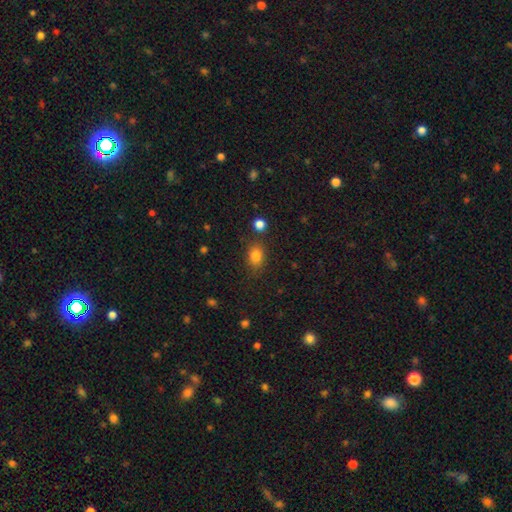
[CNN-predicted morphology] A smooth galaxy with no disk features (83%) that is in between round and cigar-shaped (64%). Merging: none (78%).